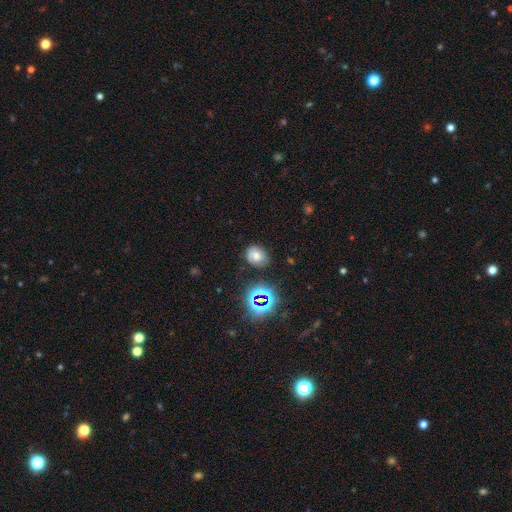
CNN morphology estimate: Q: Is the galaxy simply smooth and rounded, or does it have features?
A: smooth — 61%.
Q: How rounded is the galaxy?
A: round — 53%.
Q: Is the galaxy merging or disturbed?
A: none — 77%.